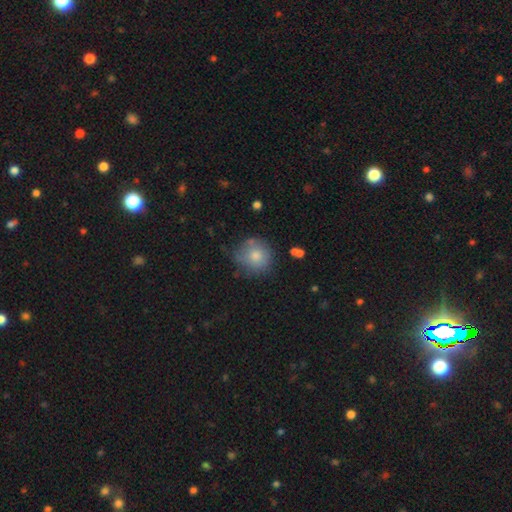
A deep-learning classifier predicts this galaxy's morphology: type=smooth (76%); roundness=round (90%); merging=none (68%).